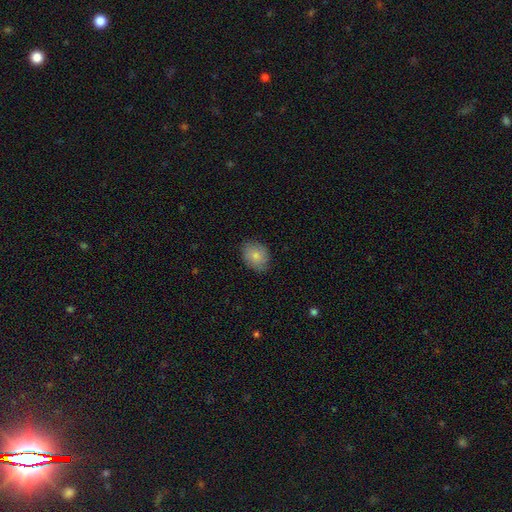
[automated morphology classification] Q: Smooth or featured?
A: smooth (78%); runner-up: featured or disk (15%)
Q: How rounded?
A: in between (52%); runner-up: round (47%)
Q: Merging?
A: none (76%); runner-up: minor disturbance (19%)